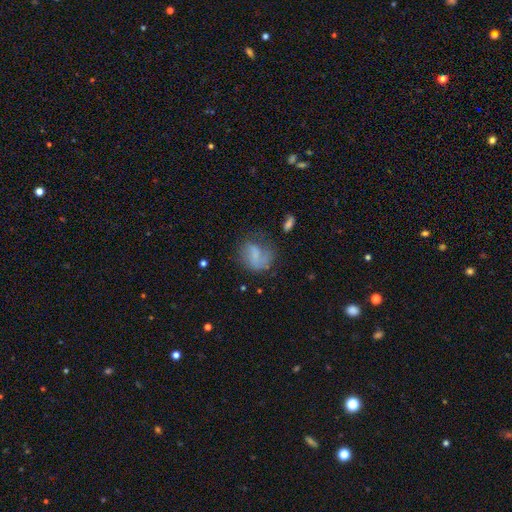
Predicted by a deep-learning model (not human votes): Smooth or featured: smooth — 54% (featured or disk — 36%)
How rounded: round — 53% (in between — 45%)
Merging: none — 42% (minor disturbance — 27%)